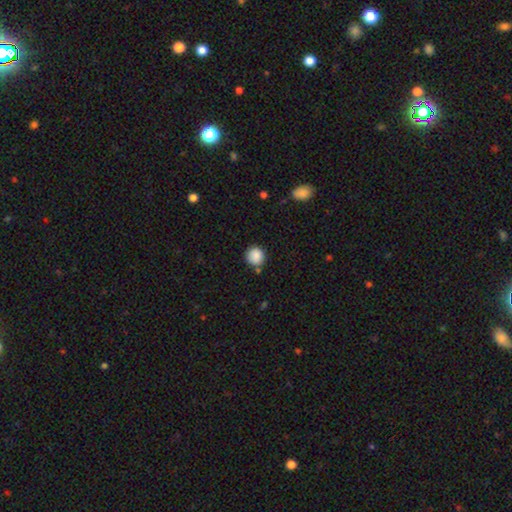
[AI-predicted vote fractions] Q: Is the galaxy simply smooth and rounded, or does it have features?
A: smooth — 87%.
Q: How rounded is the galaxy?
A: round — 91%.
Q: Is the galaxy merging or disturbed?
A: none — 78%.